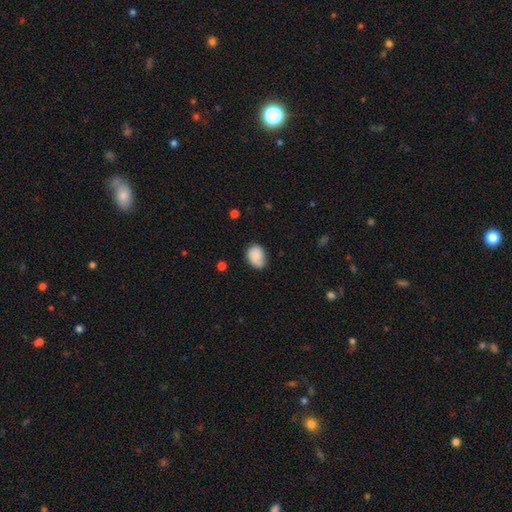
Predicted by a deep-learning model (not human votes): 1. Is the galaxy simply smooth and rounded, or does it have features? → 78% smooth, 14% featured or disk, 8% star or artifact.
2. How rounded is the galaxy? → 66% in between, 33% round, 1% cigar-shaped.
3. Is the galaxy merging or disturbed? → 59% none, 30% minor disturbance, 8% major disturbance, 2% merger.